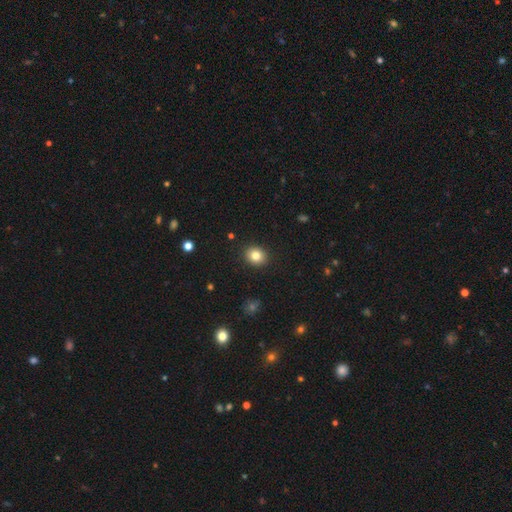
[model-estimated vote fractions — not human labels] A smooth galaxy with no disk features (82%) that is round (69%).

Vote fractions:
- Smooth or featured? smooth: 82% / star or artifact: 11% / featured or disk: 7%
- How rounded? round: 69% / in between: 30% / cigar-shaped: 1%
- Merging? none: 91% / minor disturbance: 6% / major disturbance: 2% / merger: 1%